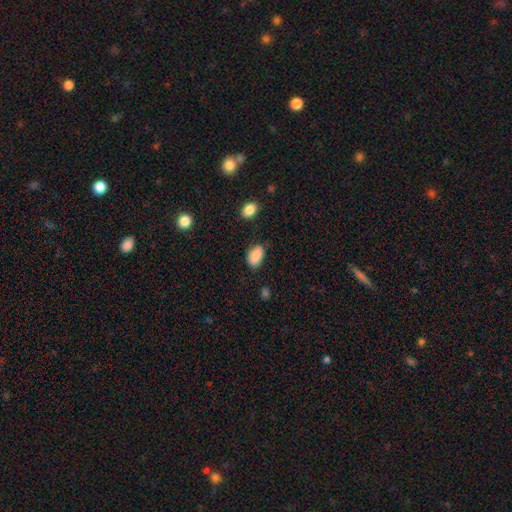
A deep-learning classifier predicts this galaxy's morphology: Smooth or featured: smooth — 87% (star or artifact — 8%)
How rounded: in between — 90% (round — 8%)
Merging: none — 70% (minor disturbance — 24%)